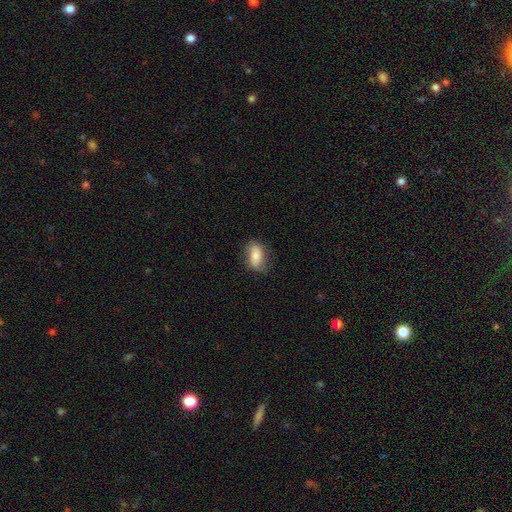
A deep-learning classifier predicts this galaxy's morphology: The model was most divided on "smooth or featured": smooth: 67%, featured or disk: 26%, star or artifact: 7%. More confident: how rounded — in between (86%); merging — none (71%).